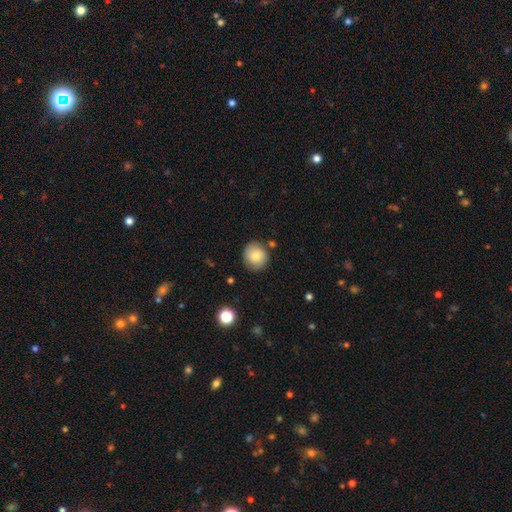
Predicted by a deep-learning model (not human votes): Smooth or featured? smooth (81%)
How rounded? round (86%)
Merging? none (80%)